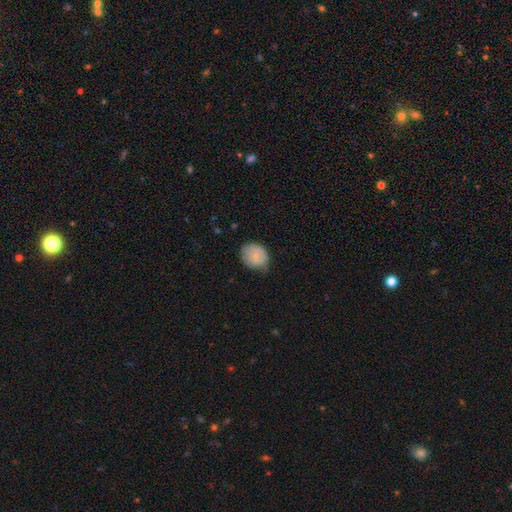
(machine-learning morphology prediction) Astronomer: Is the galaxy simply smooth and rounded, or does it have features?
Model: smooth — 77%.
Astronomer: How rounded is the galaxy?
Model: round — 61% (runner-up: in between, 38%).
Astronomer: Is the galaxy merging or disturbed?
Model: none — 58% (runner-up: minor disturbance, 33%).